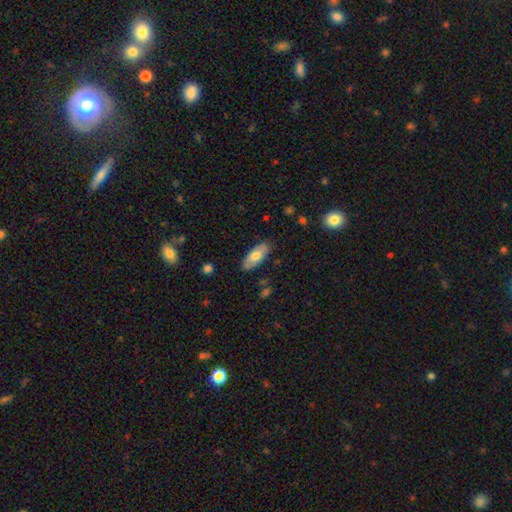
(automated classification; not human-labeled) smooth-or-featured: smooth: 69% | featured or disk: 26% | star or artifact: 6%
  how-rounded: in between: 85% | cigar-shaped: 13% | round: 2%
  merging: none: 85% | minor disturbance: 12% | major disturbance: 2% | merger: 1%